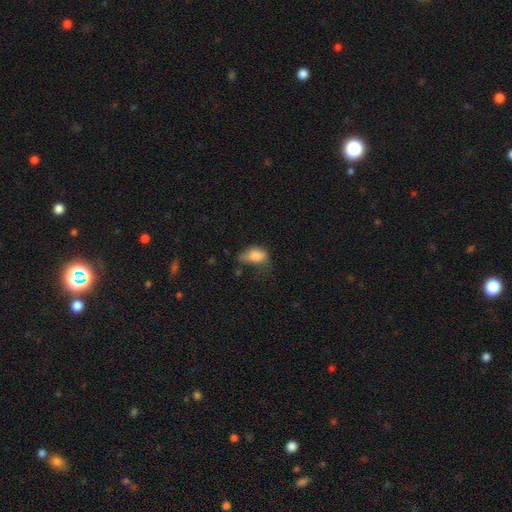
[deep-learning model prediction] Smooth or featured?
  - smooth: 77% *
  - featured or disk: 14%
  - star or artifact: 9%
How rounded?
  - in between: 85% *
  - round: 13%
  - cigar-shaped: 2%
Merging?
  - minor disturbance: 37% *
  - major disturbance: 35%
  - none: 24%
  - merger: 4%